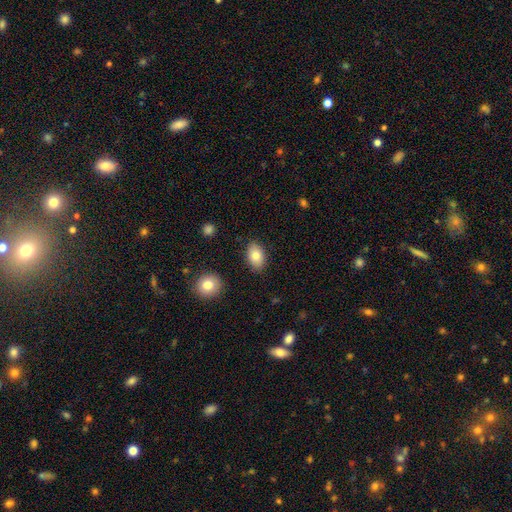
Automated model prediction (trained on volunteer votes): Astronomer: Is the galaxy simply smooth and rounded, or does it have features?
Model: smooth — 81%.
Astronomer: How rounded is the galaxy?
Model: in between — 89%.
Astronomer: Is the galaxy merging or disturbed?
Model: none — 86%.